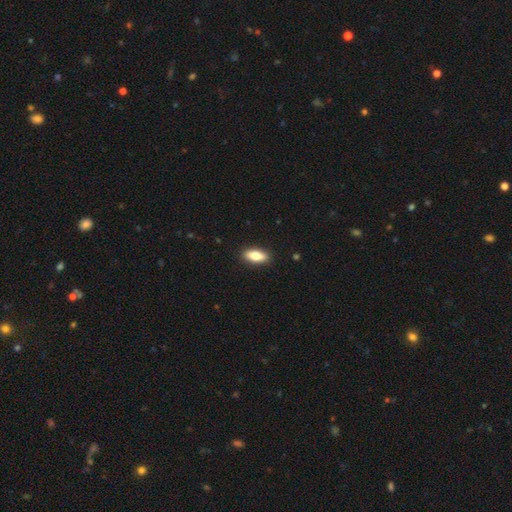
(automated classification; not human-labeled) Smooth or featured? Predicted: smooth (p=0.77). How rounded? Predicted: in between (p=0.79). Merging? Predicted: none (p=0.90).